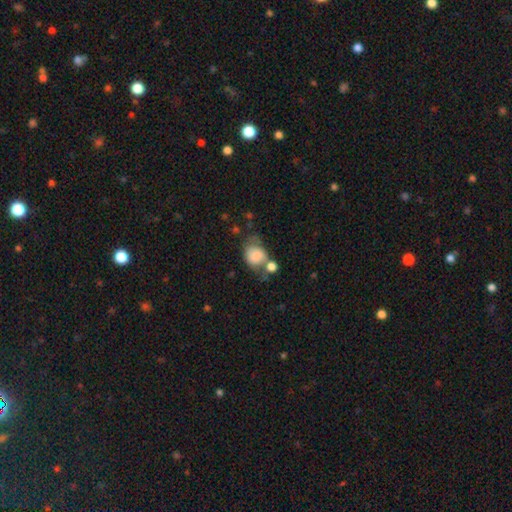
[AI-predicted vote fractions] smooth-or-featured: smooth: 79% | featured or disk: 12% | star or artifact: 8%
  how-rounded: round: 56% | in between: 43% | cigar-shaped: 1%
  merging: merger: 33% | none: 32% | minor disturbance: 20% | major disturbance: 14%